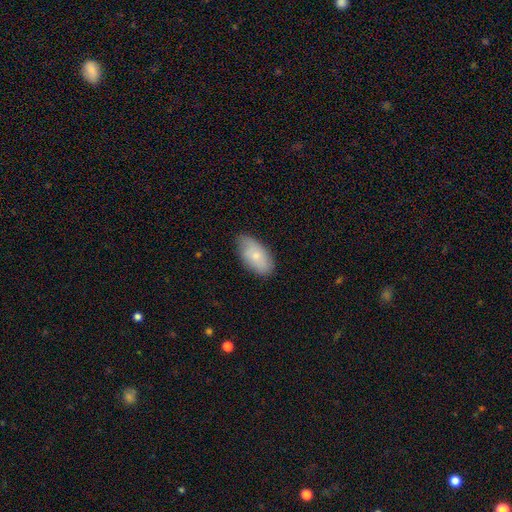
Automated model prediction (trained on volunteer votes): Morphology: type=smooth (73%); roundness=in between (94%); merging=none (72%).